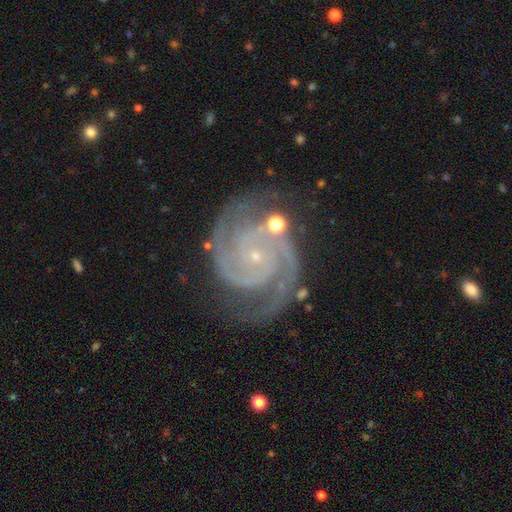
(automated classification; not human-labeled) Smooth or featured?
  - featured or disk: 92% *
  - star or artifact: 5%
  - smooth: 3%
Edge-on disk?
  - no: 98% *
  - yes: 2%
Bar?
  - no: 72% *
  - weak: 20%
  - strong: 8%
Spiral arms?
  - yes: 99% *
  - no: 1%
Spiral winding?
  - tight: 67% *
  - medium: 30%
  - loose: 4%
Spiral arm count?
  - 2: 67% *
  - 3: 16%
  - can't tell: 6%
  - 4: 5%
  - more than 4: 4%
  - 1: 4%
Bulge size?
  - small: 89% *
  - moderate: 7%
  - none: 3%
  - large: 1%
  - dominant: 1%
Merging?
  - none: 71% *
  - minor disturbance: 18%
  - major disturbance: 6%
  - merger: 6%